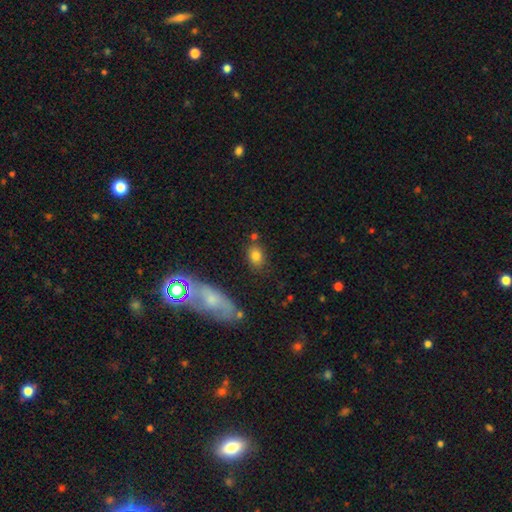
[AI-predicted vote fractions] smooth 79%, star or artifact 11%, featured or disk 10%. Down the decision tree: how rounded — in between (72%); merging — none (76%).